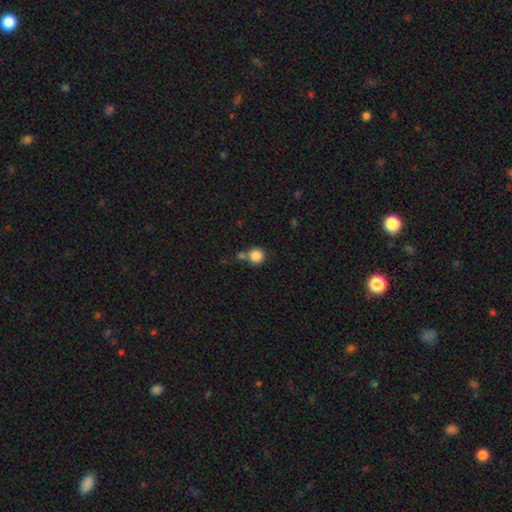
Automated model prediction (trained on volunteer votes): The model was most divided on "merging": none: 60%, merger: 25%, minor disturbance: 11%, major disturbance: 4%. More confident: how rounded — round (94%); smooth or featured — smooth (86%).